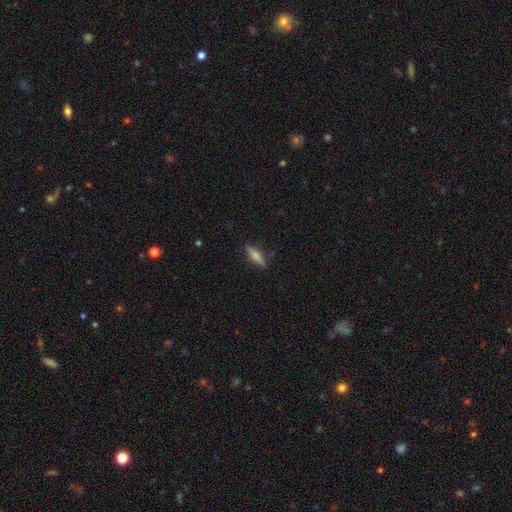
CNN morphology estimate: smooth-or-featured: smooth: 51% | featured or disk: 41% | star or artifact: 7%
  how-rounded: cigar-shaped: 70% | in between: 28% | round: 3%
  merging: none: 84% | minor disturbance: 12% | major disturbance: 3% | merger: 2%